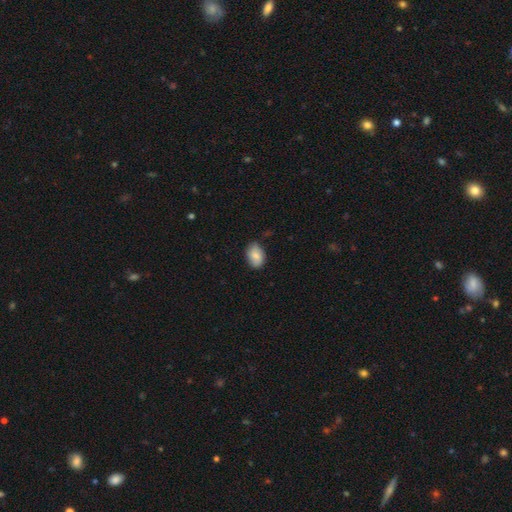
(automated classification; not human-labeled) This is likely a smooth galaxy (78%). How rounded: clearly in between (82%). Merging: likely none (74%).